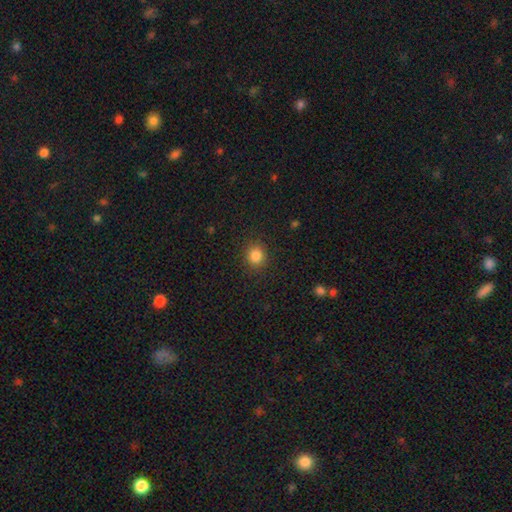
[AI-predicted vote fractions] A smooth galaxy with no disk features (84%) that is round (82%).

Vote fractions:
- Smooth or featured? smooth: 84% / star or artifact: 11% / featured or disk: 5%
- How rounded? round: 82% / in between: 17% / cigar-shaped: 1%
- Merging? none: 89% / minor disturbance: 7% / major disturbance: 3% / merger: 1%